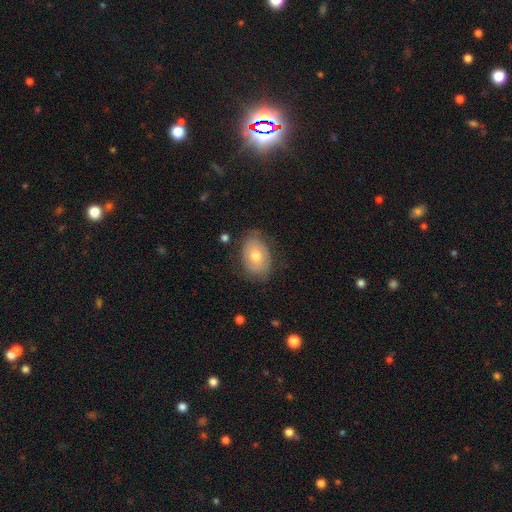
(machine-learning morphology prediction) Overall: smooth (52%; featured or disk 40%). How rounded: in between (80%). Merging: none (71%).